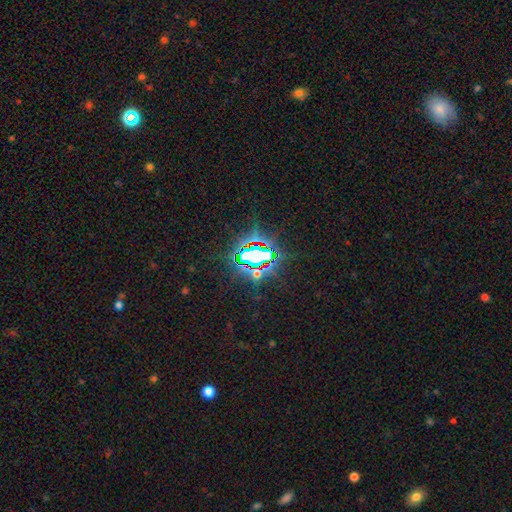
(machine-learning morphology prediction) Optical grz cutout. It shows a star or artifact, not a galaxy (84%).